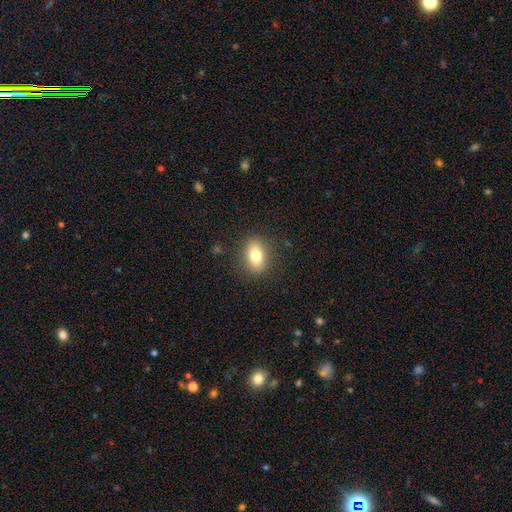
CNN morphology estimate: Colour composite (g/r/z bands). It shows a smooth galaxy with no disk features (78%) that is in between round and cigar-shaped (76%). Merging: none (87%).